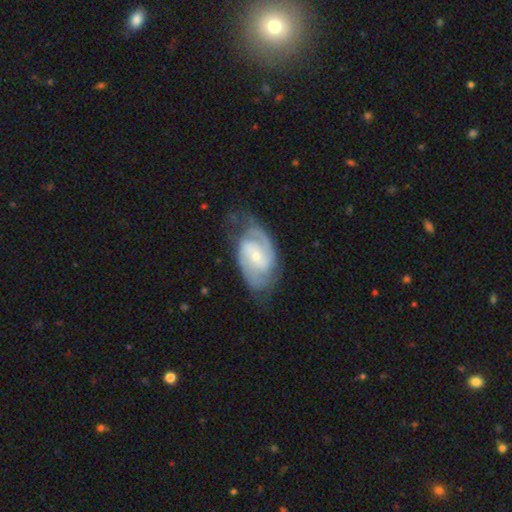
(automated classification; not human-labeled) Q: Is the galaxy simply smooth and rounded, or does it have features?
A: featured or disk — 86%.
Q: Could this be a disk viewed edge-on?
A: no — 96%.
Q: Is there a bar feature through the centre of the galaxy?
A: weak — 46%.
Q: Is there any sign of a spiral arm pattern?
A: yes — 96%.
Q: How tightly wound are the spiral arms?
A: medium — 47%.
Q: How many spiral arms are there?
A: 2 — 78%.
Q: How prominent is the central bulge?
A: small — 64%.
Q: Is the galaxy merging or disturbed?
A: none — 67%.